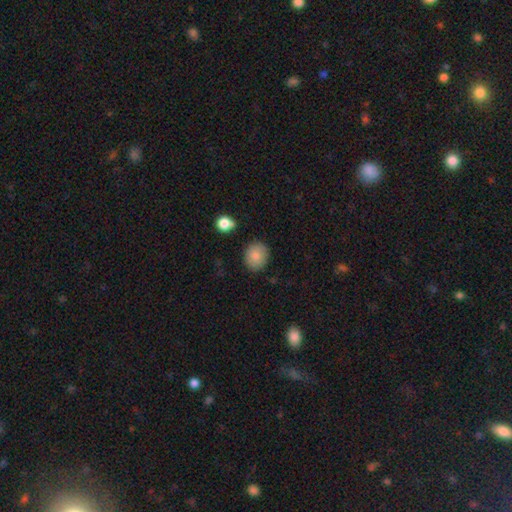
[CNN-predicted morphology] smooth-or-featured: smooth: 85% | star or artifact: 8% | featured or disk: 7%
  how-rounded: round: 69% | in between: 30% | cigar-shaped: 1%
  merging: none: 85% | minor disturbance: 10% | major disturbance: 3% | merger: 2%